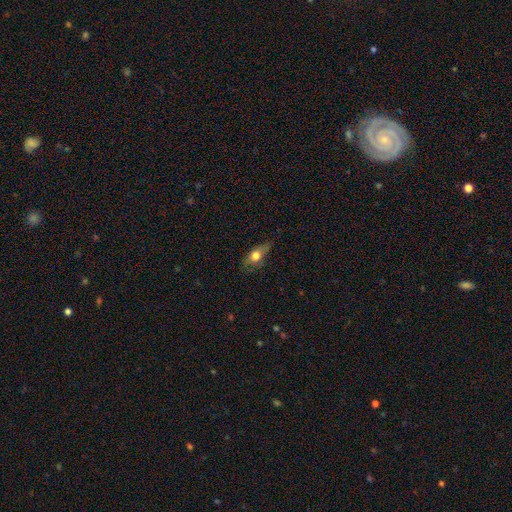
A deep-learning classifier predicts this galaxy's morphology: A smooth galaxy with no disk features (63%) that is in between round and cigar-shaped (69%).

Vote fractions:
- Smooth or featured? smooth: 63% / featured or disk: 29% / star or artifact: 8%
- How rounded? in between: 69% / cigar-shaped: 18% / round: 13%
- Merging? none: 65% / minor disturbance: 26% / major disturbance: 8% / merger: 1%